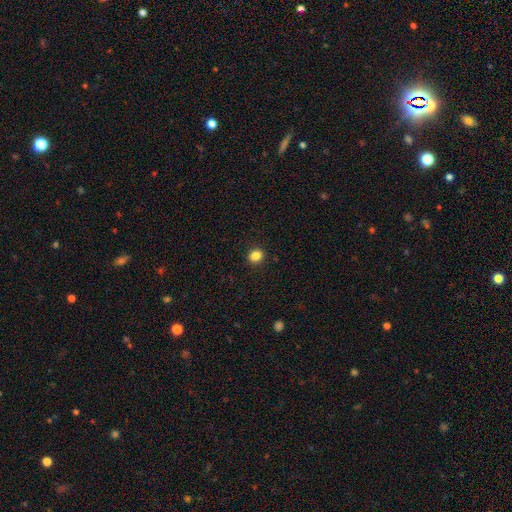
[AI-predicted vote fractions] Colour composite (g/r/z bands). It shows a smooth galaxy with no disk features (85%) that is round (79%). Merging: none (92%).